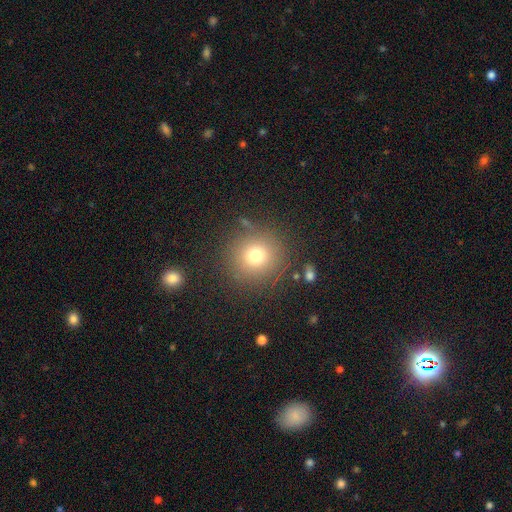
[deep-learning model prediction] Smooth or featured?
  - smooth: 73% *
  - star or artifact: 16%
  - featured or disk: 11%
How rounded?
  - round: 94% *
  - in between: 5%
  - cigar-shaped: 1%
Merging?
  - none: 85% *
  - minor disturbance: 8%
  - major disturbance: 4%
  - merger: 3%